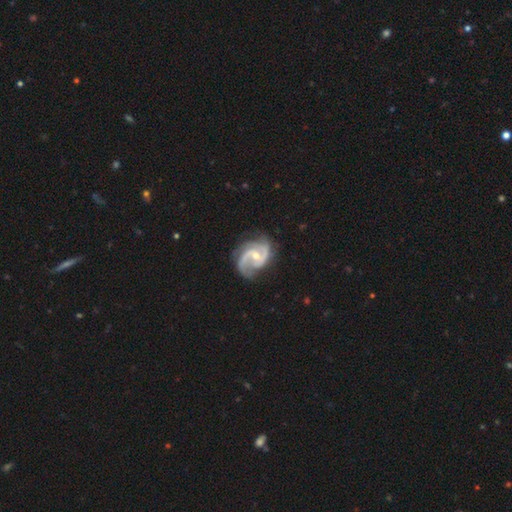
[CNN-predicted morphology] Smooth or featured: featured or disk — 92% (smooth — 4%)
Edge-on disk: no — 98% (yes — 2%)
Bar: weak — 46% (no — 40%)
Spiral arms: yes — 98% (no — 2%)
Spiral winding: medium — 58% (loose — 22%)
Spiral arm count: 2 — 85% (3 — 6%)
Bulge size: moderate — 51% (small — 45%)
Merging: none — 69% (minor disturbance — 20%)